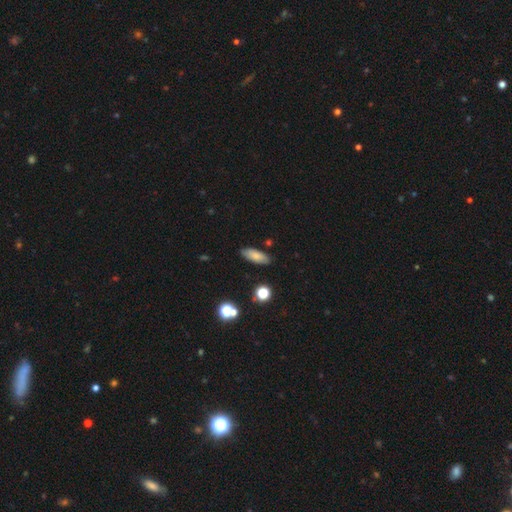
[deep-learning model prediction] smooth 79%, featured or disk 13%, star or artifact 9%. Down the decision tree: how rounded — in between (71%); merging — none (86%).